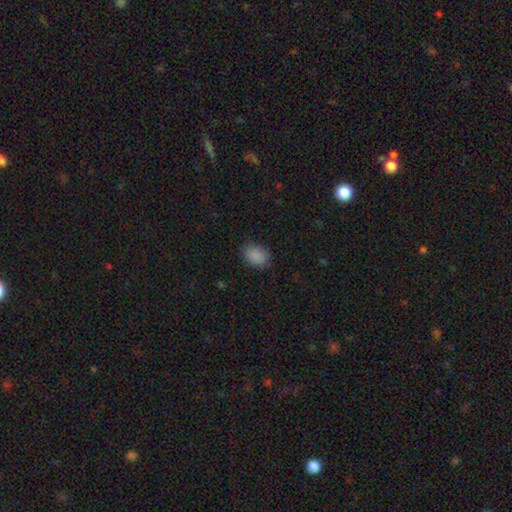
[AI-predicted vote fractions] The model was most divided on "how rounded": in between: 70%, round: 29%, cigar-shaped: 1%. More confident: smooth or featured — smooth (88%); merging — none (84%).